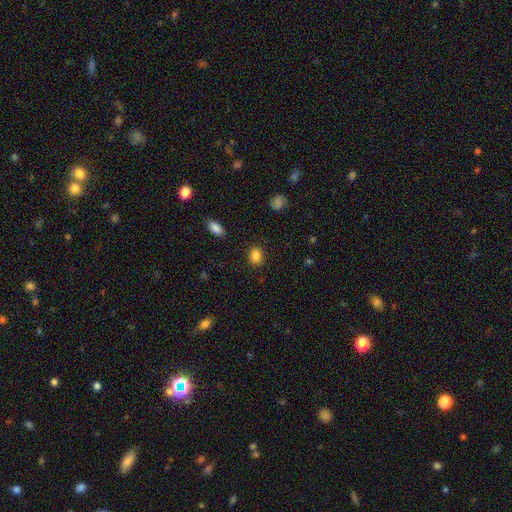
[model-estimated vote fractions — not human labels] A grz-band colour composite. It shows a smooth galaxy with no disk features (86%) that is in between round and cigar-shaped (65%). Merging: none (87%).